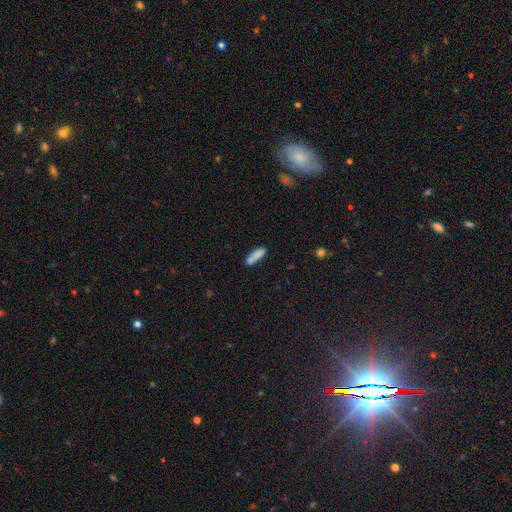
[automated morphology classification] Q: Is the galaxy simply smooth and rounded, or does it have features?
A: smooth — 83%.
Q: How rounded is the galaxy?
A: cigar-shaped — 67%.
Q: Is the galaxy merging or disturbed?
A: none — 65%.